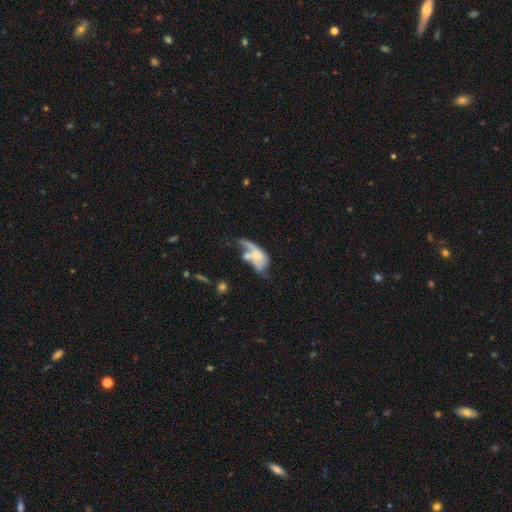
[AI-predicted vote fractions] smooth-or-featured: featured or disk: 55% | smooth: 37% | star or artifact: 8%
  disk-edge-on: no: 90% | yes: 10%
  merging: merger: 36% | major disturbance: 29% | none: 19% | minor disturbance: 16%